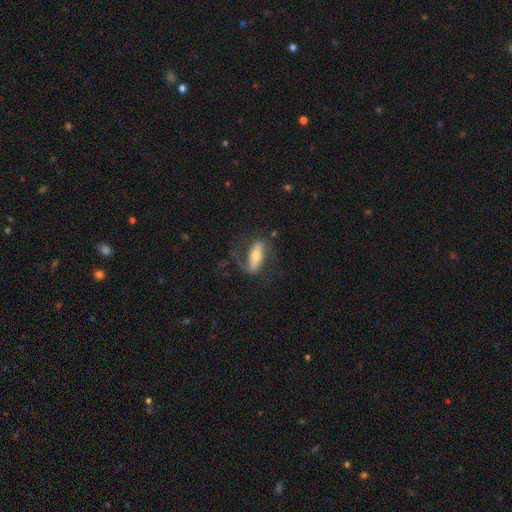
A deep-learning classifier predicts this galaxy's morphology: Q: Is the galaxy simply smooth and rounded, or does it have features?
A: featured or disk — 65%.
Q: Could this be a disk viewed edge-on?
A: no — 78%.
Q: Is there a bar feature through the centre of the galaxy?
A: strong — 54%.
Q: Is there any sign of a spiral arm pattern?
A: yes — 78%.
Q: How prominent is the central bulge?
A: moderate — 59%.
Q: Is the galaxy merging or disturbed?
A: none — 57%.